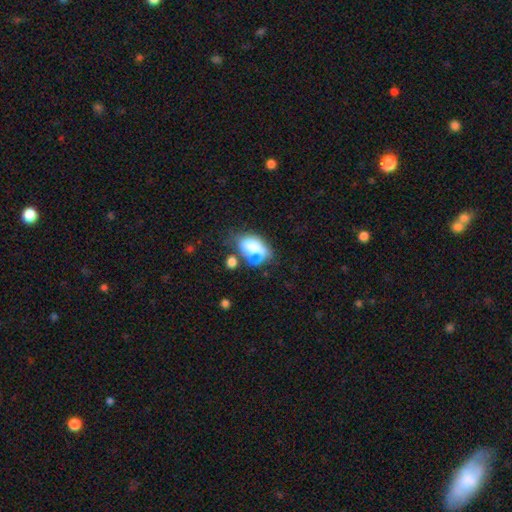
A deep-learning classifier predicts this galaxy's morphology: The model was most divided on "merging": merger: 49%, none: 22%, minor disturbance: 15%, major disturbance: 14%. More confident: how rounded — in between (86%); smooth or featured — smooth (63%).